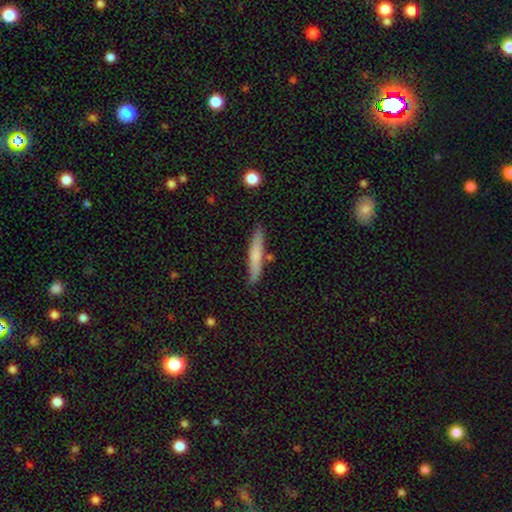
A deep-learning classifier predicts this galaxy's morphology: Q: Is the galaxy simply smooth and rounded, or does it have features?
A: smooth — 67%.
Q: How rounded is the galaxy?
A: cigar-shaped — 92%.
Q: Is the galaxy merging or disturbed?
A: none — 82%.